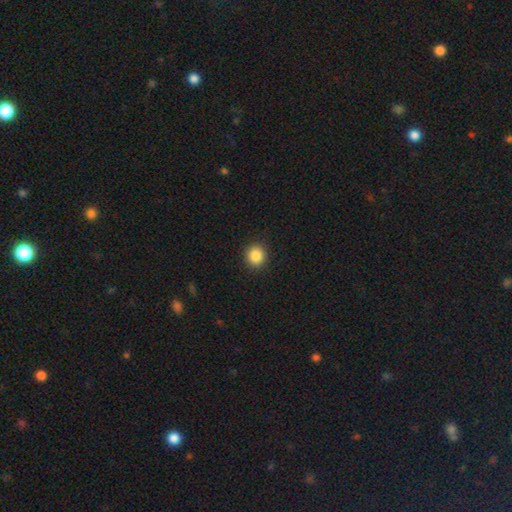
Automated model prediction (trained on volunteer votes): smooth-or-featured: smooth: 87% | star or artifact: 10% | featured or disk: 4%
  how-rounded: round: 87% | in between: 12% | cigar-shaped: 1%
  merging: none: 91% | minor disturbance: 6% | major disturbance: 2% | merger: 1%